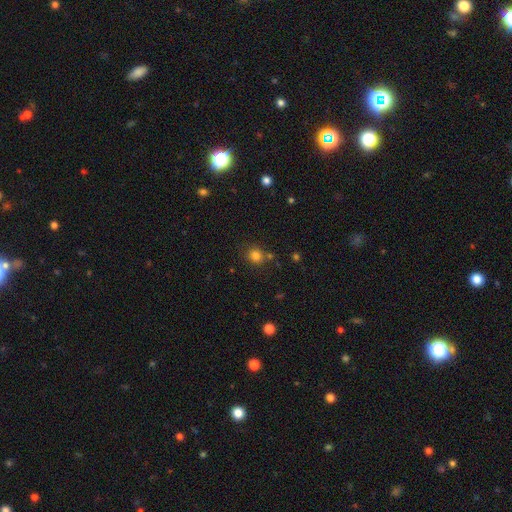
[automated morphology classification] Overall: smooth (79%). How rounded: round (81%). Merging: none (75%).